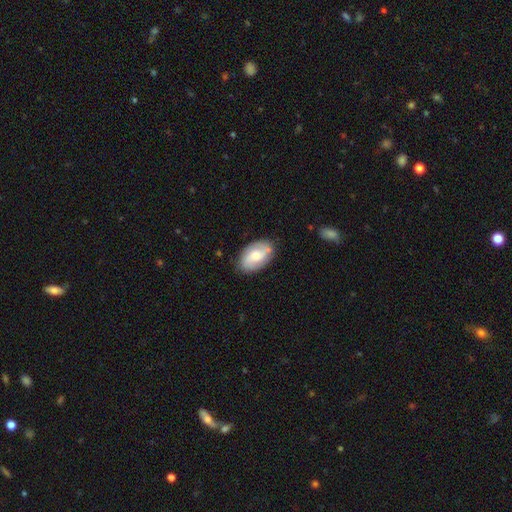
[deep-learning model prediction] A featured or disk galaxy (48%).

Vote fractions:
- Smooth or featured? featured or disk: 48% / smooth: 46% / star or artifact: 7%
- Merging? none: 77% / minor disturbance: 17% / major disturbance: 4% / merger: 2%